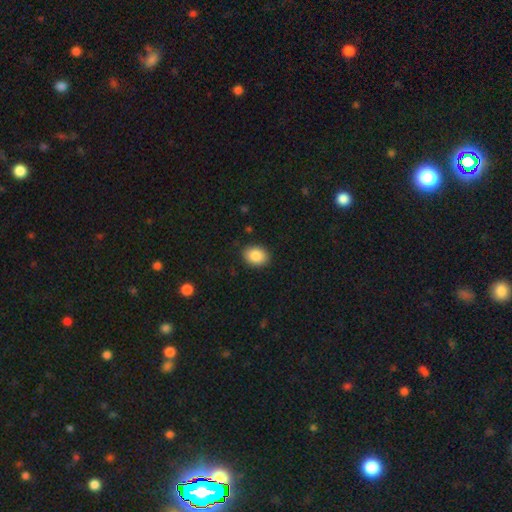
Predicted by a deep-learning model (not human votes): Overall: smooth (87%). How rounded: in between (65%; round 34%). Merging: none (89%).